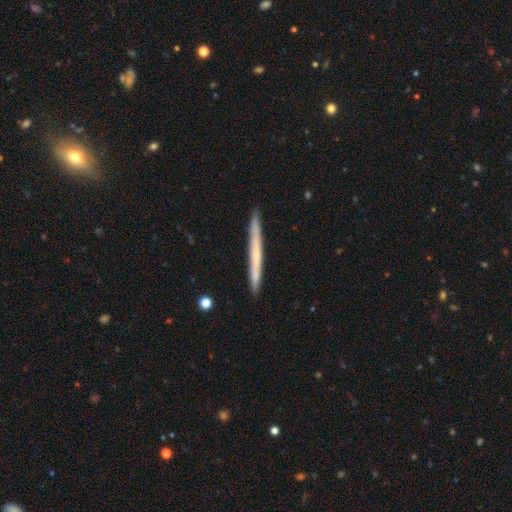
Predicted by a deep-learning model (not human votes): Smooth or featured: featured or disk — 50% (smooth — 44%)
Merging: none — 91% (minor disturbance — 7%)